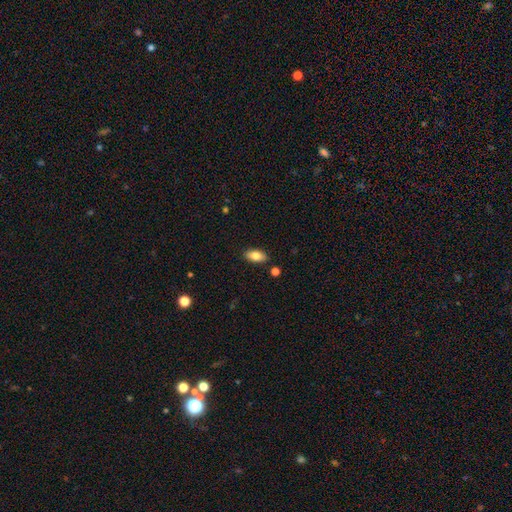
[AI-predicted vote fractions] This appears to be a smooth galaxy with no disk features (81%) that is in between round and cigar-shaped (91%). Merging: none (87%).